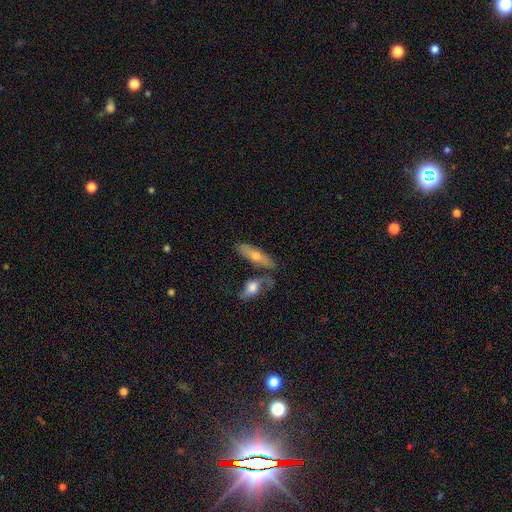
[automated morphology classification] The model was most divided on "smooth or featured": smooth: 48%, featured or disk: 45%, star or artifact: 7%. More confident: merging — none (58%).